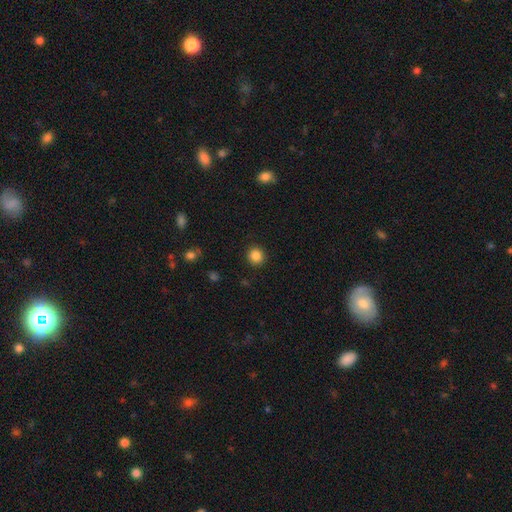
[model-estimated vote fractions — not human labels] Smooth or featured? smooth (86%)
How rounded? round (91%)
Merging? none (92%)